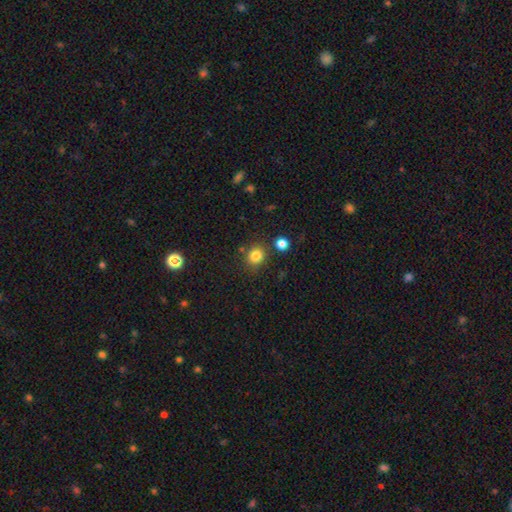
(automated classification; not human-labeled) The model was most divided on "how rounded": round: 81%, in between: 19%, cigar-shaped: 1%. More confident: smooth or featured — smooth (82%); merging — none (78%).